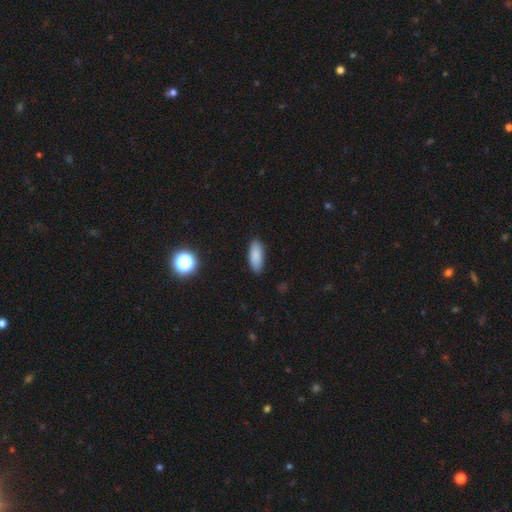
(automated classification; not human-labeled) A smooth galaxy with no disk features (86%) that is in between round and cigar-shaped (78%). Merging: none (87%).